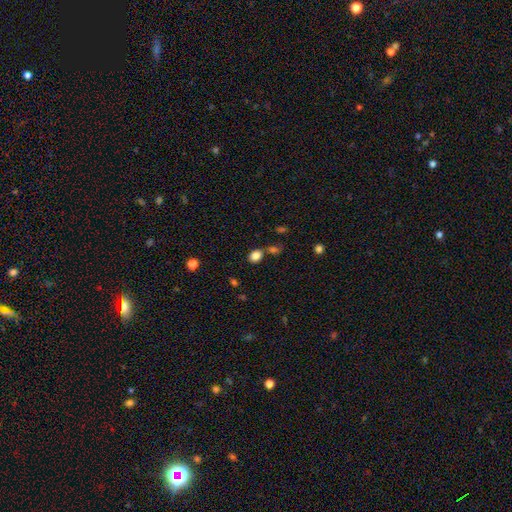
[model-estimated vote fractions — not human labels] Overall: smooth (84%). How rounded: in between (54%; round 45%). Merging: none (67%).